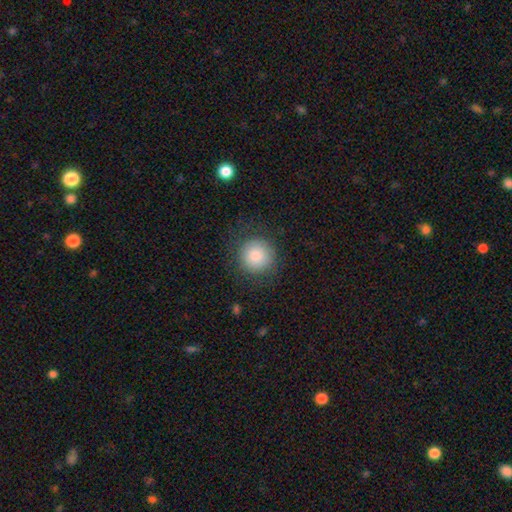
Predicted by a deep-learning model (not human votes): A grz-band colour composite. It shows a smooth galaxy with no disk features (83%) that is round (95%). Merging: none (84%).